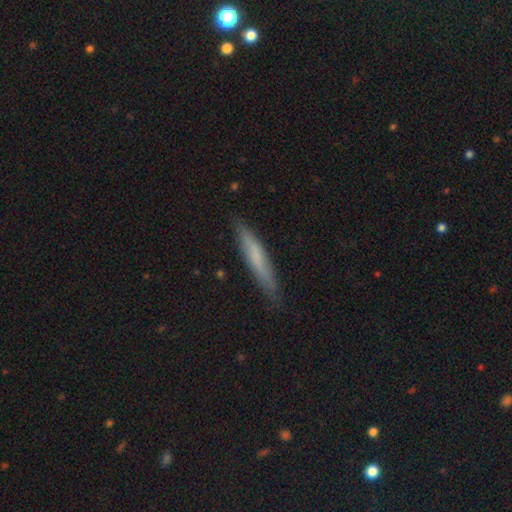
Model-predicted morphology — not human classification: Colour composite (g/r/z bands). It shows a smooth galaxy with no disk features (65%) that is cigar-shaped (93%). Merging: none (85%).